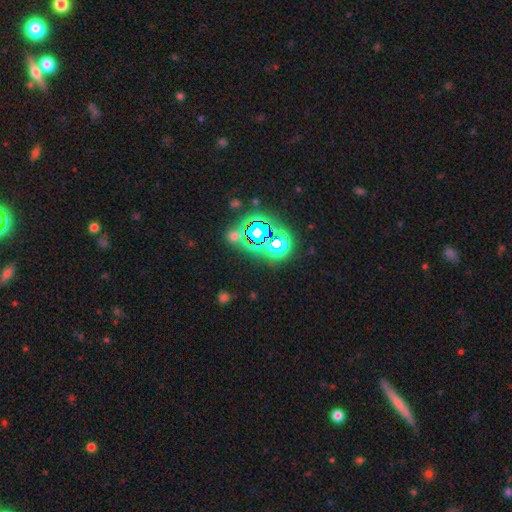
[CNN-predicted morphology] The model was most divided on "smooth or featured": star or artifact: 75%, smooth: 16%, featured or disk: 9%.